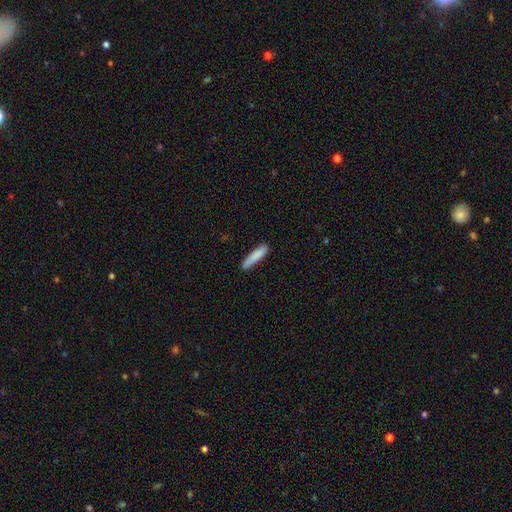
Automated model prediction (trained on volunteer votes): Q: Smooth or featured?
A: smooth (85%); runner-up: featured or disk (9%)
Q: How rounded?
A: cigar-shaped (88%); runner-up: in between (11%)
Q: Merging?
A: none (84%); runner-up: minor disturbance (12%)